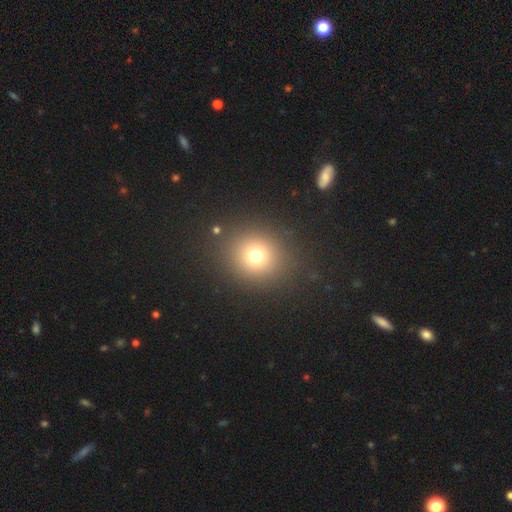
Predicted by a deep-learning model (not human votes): Smooth or featured?
  - smooth: 73% *
  - star or artifact: 18%
  - featured or disk: 9%
How rounded?
  - round: 84% *
  - in between: 15%
  - cigar-shaped: 1%
Merging?
  - none: 87% *
  - minor disturbance: 7%
  - major disturbance: 4%
  - merger: 2%